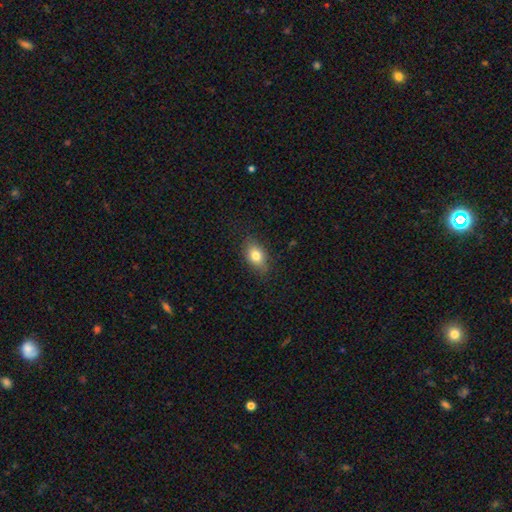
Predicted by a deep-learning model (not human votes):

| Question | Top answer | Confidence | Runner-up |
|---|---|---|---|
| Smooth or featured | smooth | 78% | featured or disk (14%) |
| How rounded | in between | 83% | round (13%) |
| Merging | none | 82% | minor disturbance (14%) |